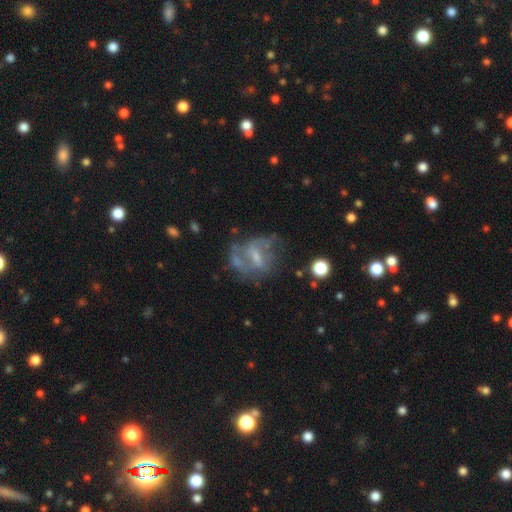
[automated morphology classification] The model was most divided on "bulge size": small: 42%, moderate: 29%, none: 24%, large: 3%, dominant: 1%. Remaining: edge-on disk — no (95%); smooth or featured — featured or disk (66%); spiral arms — yes (59%); merging — none (46%); bar — weak (46%).